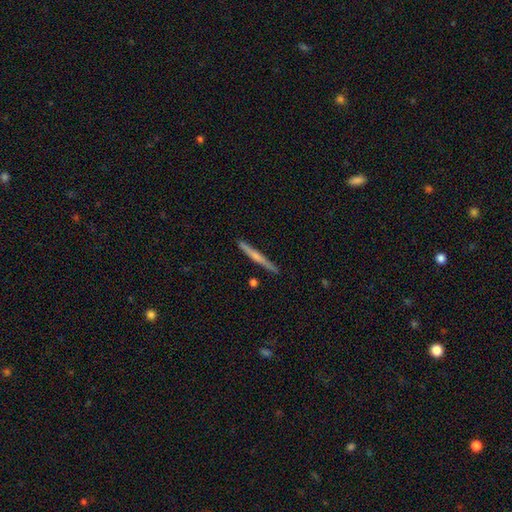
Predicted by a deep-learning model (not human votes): Smooth or featured? featured or disk (50%)
Merging? none (89%)